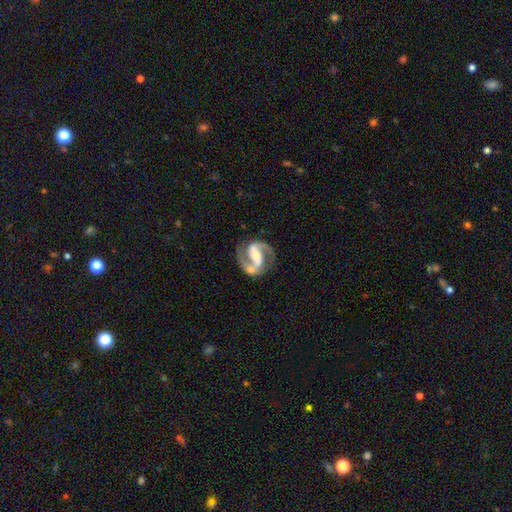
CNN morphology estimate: Overall: featured or disk (90%). Edge-on disk: no (97%). Bar: strong (61%; weak 26%). Spiral arms: yes (97%). Spiral arm count: 2 (93%). Spiral winding: medium (59%; tight 25%). Bulge size: moderate (47%; small 36%). Merging: none (69%).